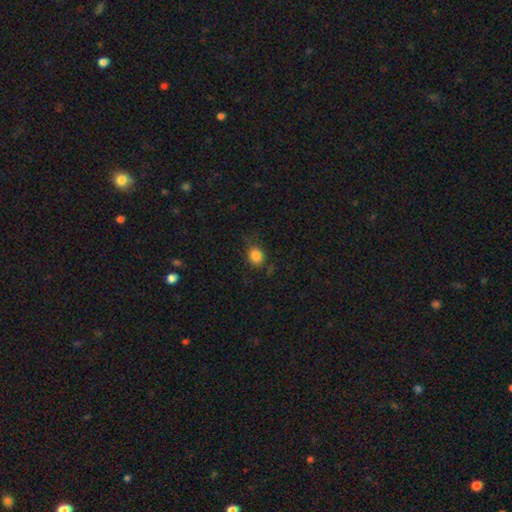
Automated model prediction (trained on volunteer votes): smooth 83%, star or artifact 11%, featured or disk 5%. Down the decision tree: how rounded — round (59%); merging — none (75%).